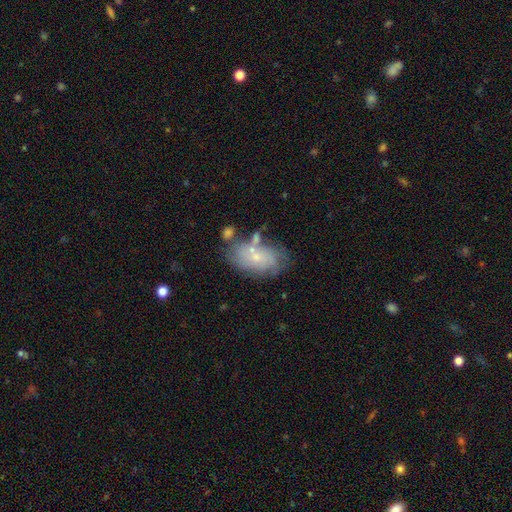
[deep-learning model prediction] Overall: smooth (46%; featured or disk 45%). Merging: none (50%; minor disturbance 24%).